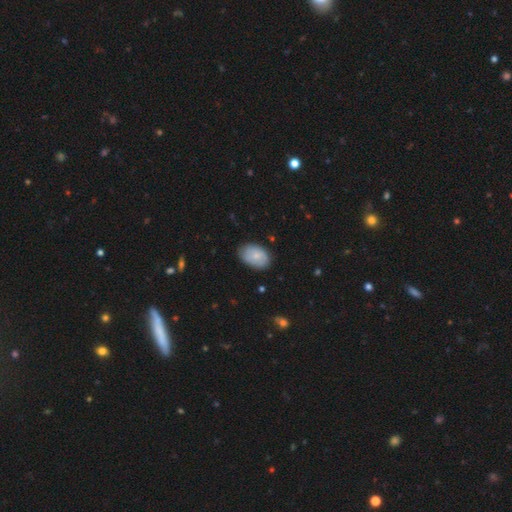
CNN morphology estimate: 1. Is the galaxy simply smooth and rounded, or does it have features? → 75% smooth, 19% featured or disk, 7% star or artifact.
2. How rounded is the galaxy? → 88% in between, 11% round, 1% cigar-shaped.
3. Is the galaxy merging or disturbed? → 74% none, 21% minor disturbance, 4% major disturbance, 1% merger.